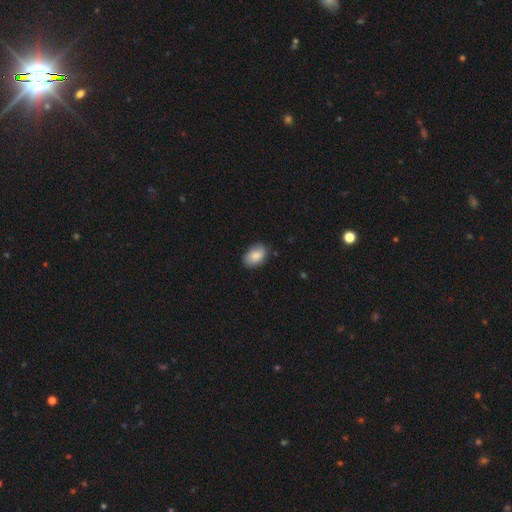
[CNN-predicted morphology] This appears to be a smooth galaxy with no disk features (85%) that is in between round and cigar-shaped (87%). Merging: none (79%).